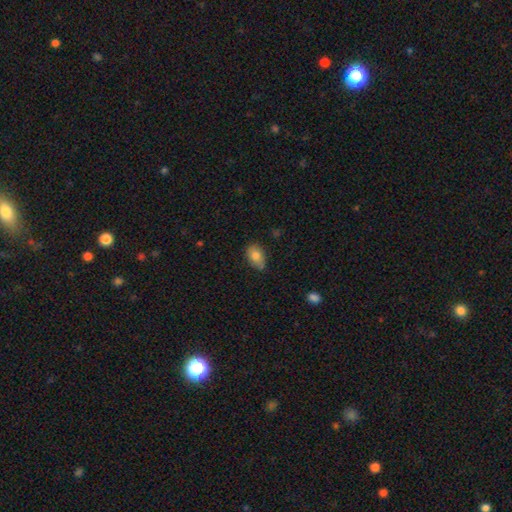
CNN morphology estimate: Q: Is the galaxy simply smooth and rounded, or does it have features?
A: smooth — 80%.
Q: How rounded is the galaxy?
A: in between — 89%.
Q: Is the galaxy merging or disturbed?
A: none — 68%.